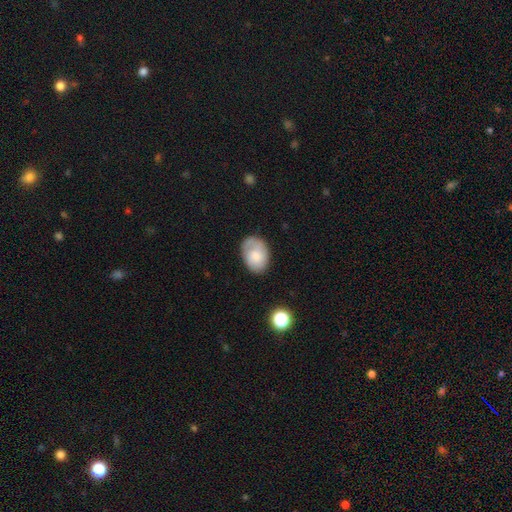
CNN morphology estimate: This is likely a smooth galaxy (66%). How rounded: clearly in between (82%). Merging: likely none (65%).